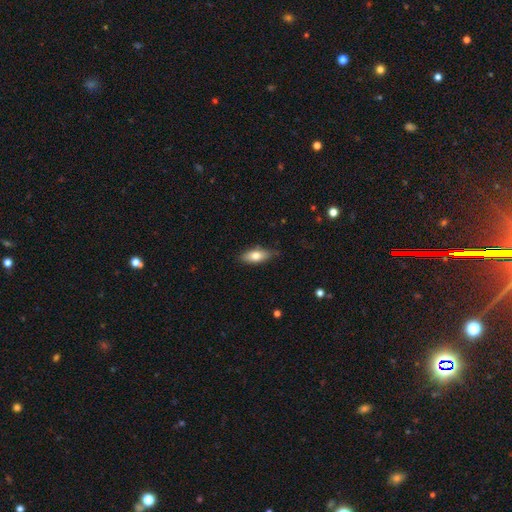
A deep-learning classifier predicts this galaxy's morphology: This is likely a smooth galaxy (75%). How rounded: likely in between (79%). Merging: likely none (78%).